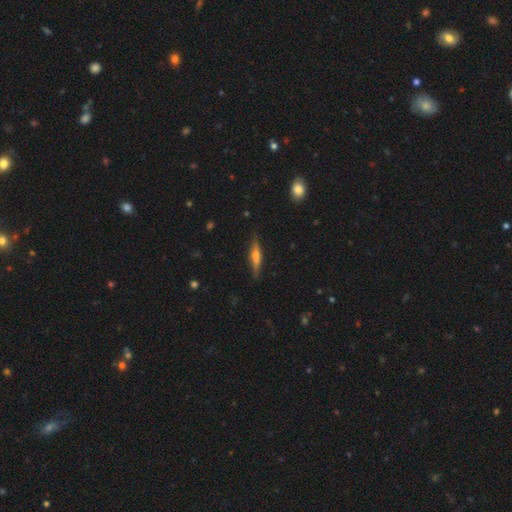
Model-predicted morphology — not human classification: type=featured or disk (55%); edge-on=yes (94%); edge-on bulge=rounded (75%); merging=none (85%).